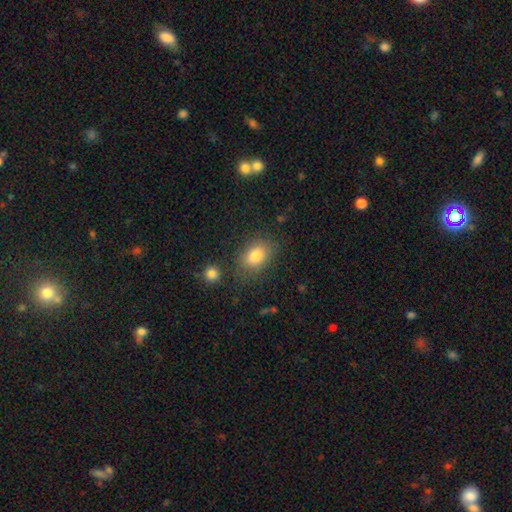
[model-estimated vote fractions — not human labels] This is clearly a smooth galaxy (81%). How rounded: likely in between (73%). Merging: likely none (76%).